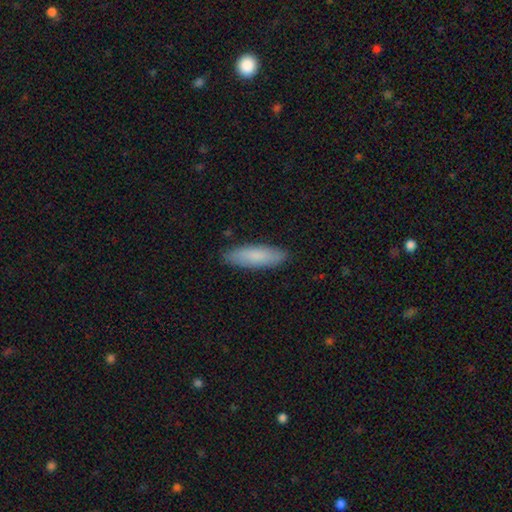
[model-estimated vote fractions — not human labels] Smooth or featured: smooth — 81% (featured or disk — 13%)
How rounded: cigar-shaped — 54% (in between — 44%)
Merging: none — 87% (minor disturbance — 10%)